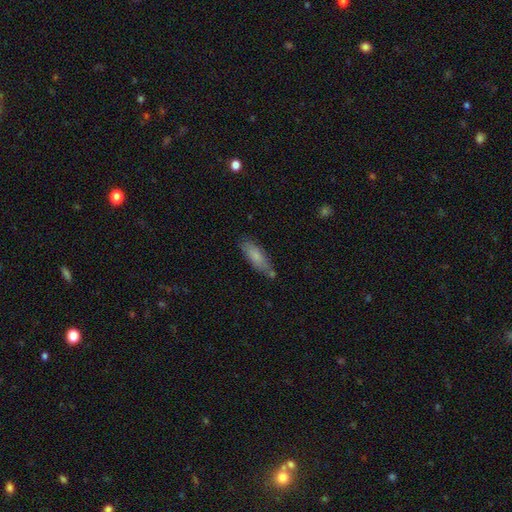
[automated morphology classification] The model was most divided on "how rounded": in between: 54%, cigar-shaped: 44%, round: 2%. More confident: smooth or featured — smooth (77%); merging — none (68%).